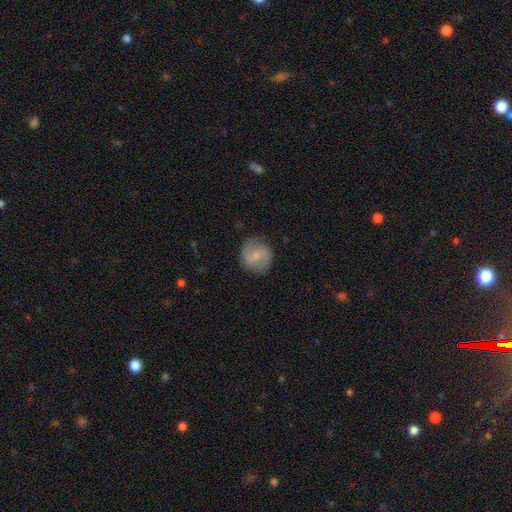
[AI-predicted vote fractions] Smooth or featured: featured or disk — 51% (smooth — 42%)
Edge-on disk: no — 97% (yes — 3%)
Merging: none — 81% (minor disturbance — 14%)